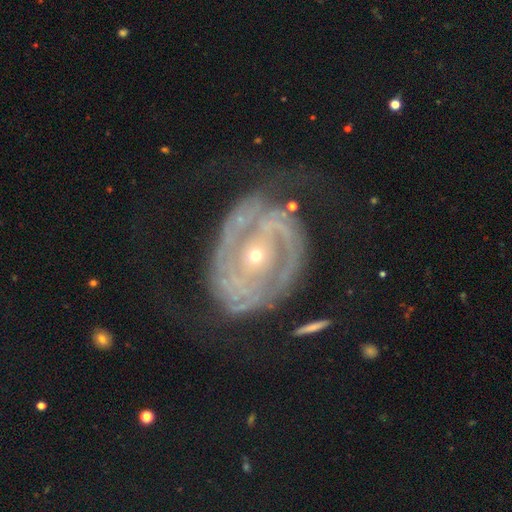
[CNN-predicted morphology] This is clearly a featured or disk galaxy (87%). It is clearly not viewed edge-on (97%). Bar: likely no (68%). Spiral arm pattern: clearly yes (92%). Spiral arm count: marginally 2 (44%). Spiral winding: likely tight (65%). Central bulge: likely small (71%). Merging: possibly none (53%).